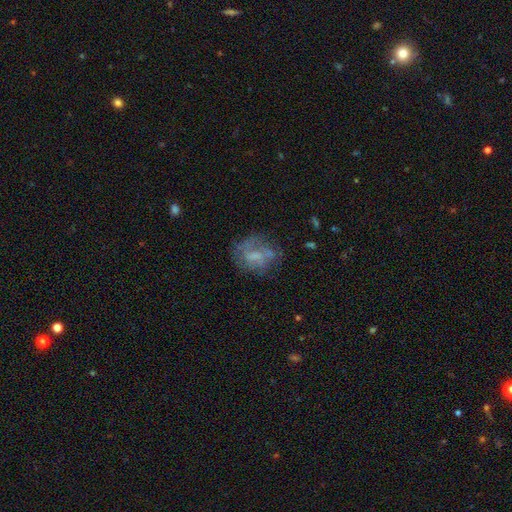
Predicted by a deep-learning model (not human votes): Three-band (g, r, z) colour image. It shows a featured or disk galaxy (48%). Merging: none (52%).